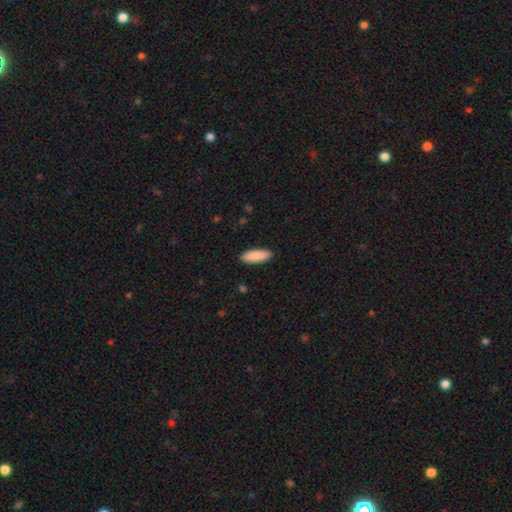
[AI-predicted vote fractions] Smooth or featured: smooth — 91% (star or artifact — 6%)
How rounded: in between — 65% (cigar-shaped — 33%)
Merging: none — 90% (minor disturbance — 7%)